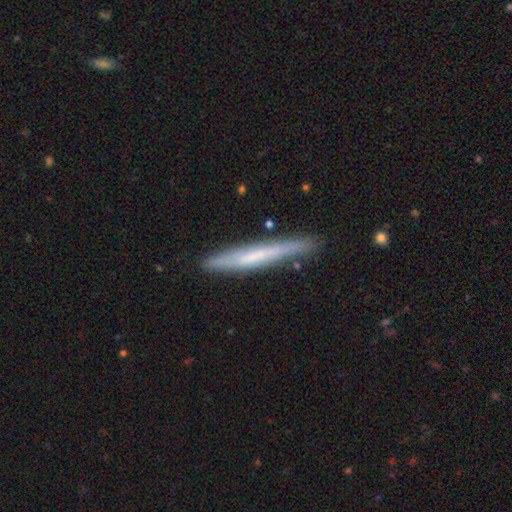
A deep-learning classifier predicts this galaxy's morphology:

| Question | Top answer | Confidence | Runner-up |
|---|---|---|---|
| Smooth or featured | smooth | 51% | featured or disk (43%) |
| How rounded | cigar-shaped | 96% | in between (3%) |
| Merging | none | 84% | minor disturbance (12%) |